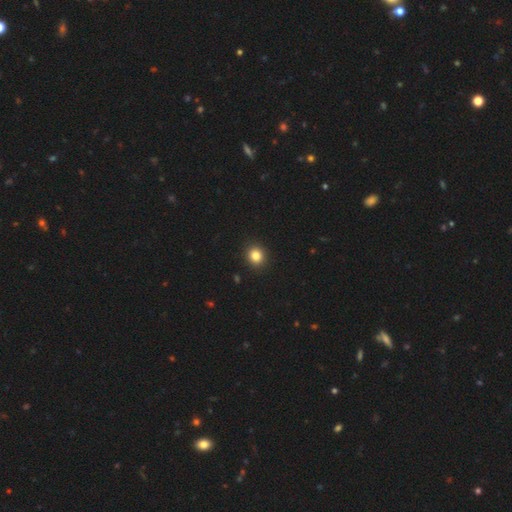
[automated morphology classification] smooth 84%, star or artifact 11%, featured or disk 5%. Down the decision tree: how rounded — round (85%); merging — none (92%).